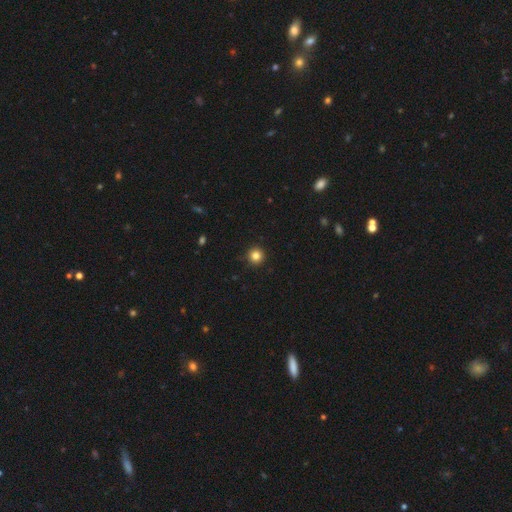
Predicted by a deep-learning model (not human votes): This appears to be a smooth galaxy with no disk features (83%) that is round (96%). Merging: none (92%).